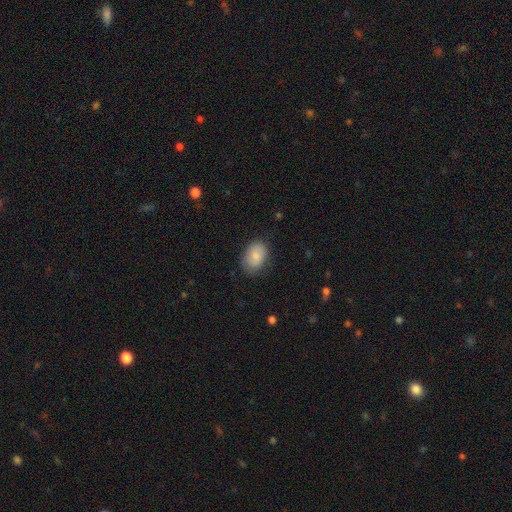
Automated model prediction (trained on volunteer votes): This appears to be a smooth galaxy with no disk features (81%) that is in between round and cigar-shaped (80%). Merging: none (78%).